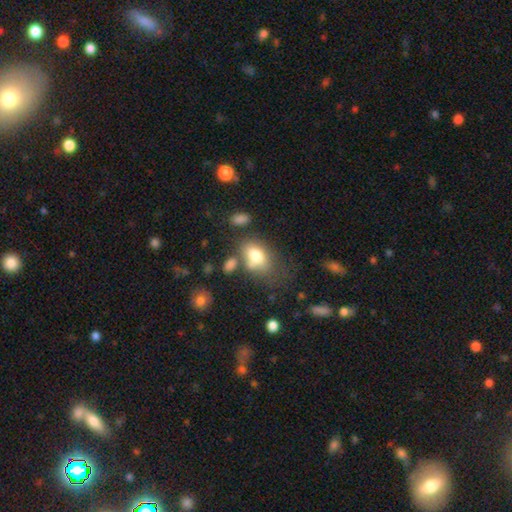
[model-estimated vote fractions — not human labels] A smooth galaxy with no disk features (75%) that is in between round and cigar-shaped (84%).

Vote fractions:
- Smooth or featured? smooth: 75% / featured or disk: 16% / star or artifact: 9%
- How rounded? in between: 84% / round: 14% / cigar-shaped: 2%
- Merging? none: 44% / minor disturbance: 22% / merger: 19% / major disturbance: 15%